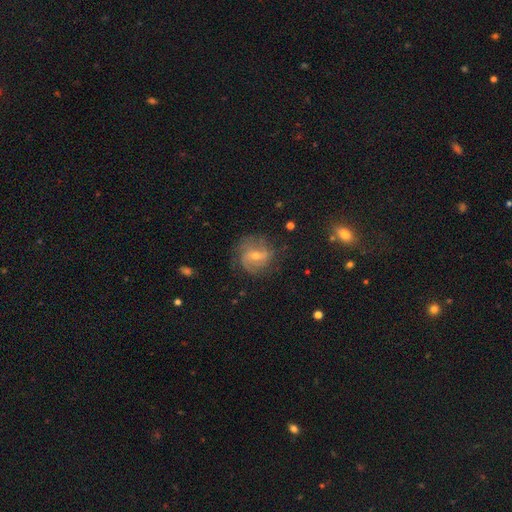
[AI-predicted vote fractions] A featured or disk galaxy (69%) with a weak bar (46%), 2 (44%) medium (43%) spiral arms (86%) and a small central bulge (51%). Merging: none (69%).